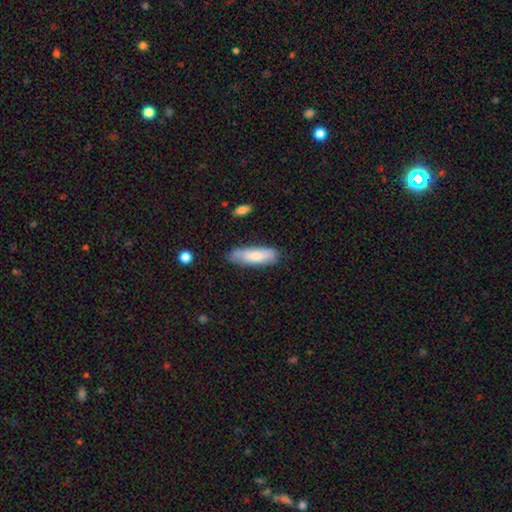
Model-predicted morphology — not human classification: Overall: smooth (77%). How rounded: in between (54%; cigar-shaped 44%). Merging: none (72%).